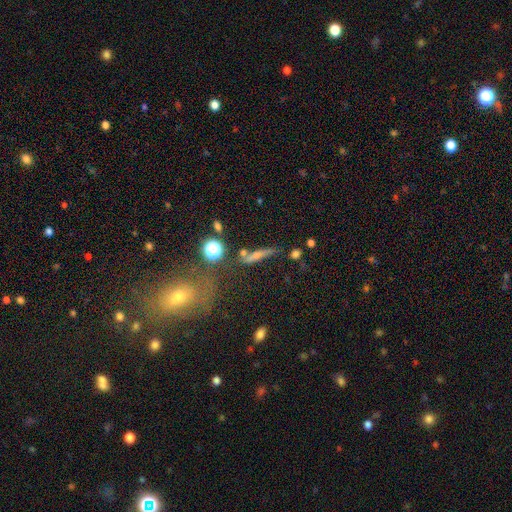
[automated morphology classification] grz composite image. It shows a smooth galaxy with no disk features (55%) that is cigar-shaped (76%). Merging: none (55%).